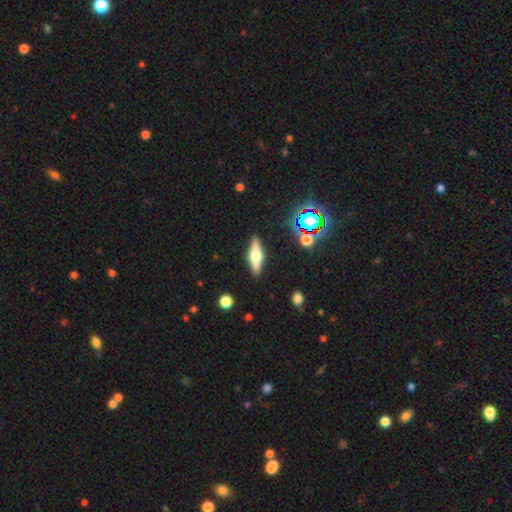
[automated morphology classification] Smooth or featured: featured or disk — 59% (smooth — 33%)
Edge-on disk: yes — 95% (no — 5%)
Edge-on bulge: rounded — 91% (boxy — 6%)
Merging: none — 88% (minor disturbance — 8%)